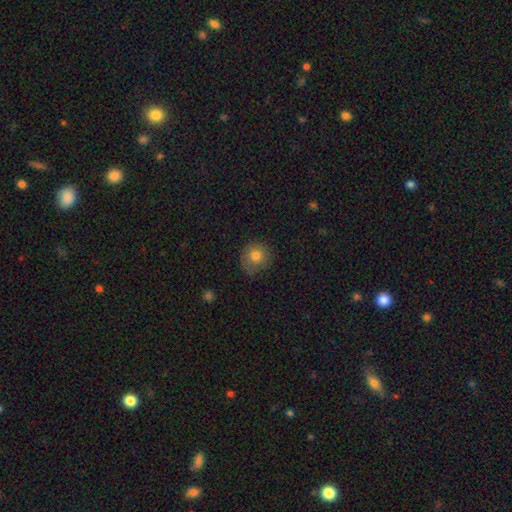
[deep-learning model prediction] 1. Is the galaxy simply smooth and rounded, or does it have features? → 79% smooth, 11% star or artifact, 10% featured or disk.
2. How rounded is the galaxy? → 90% round, 9% in between, 1% cigar-shaped.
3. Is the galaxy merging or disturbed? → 76% none, 19% minor disturbance, 5% major disturbance, 1% merger.